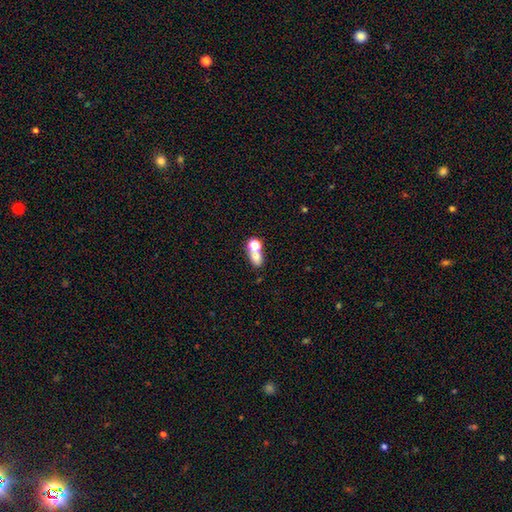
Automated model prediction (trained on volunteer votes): smooth 67%, featured or disk 17%, star or artifact 16%. Down the decision tree: how rounded — in between (64%); merging — merger (48%).